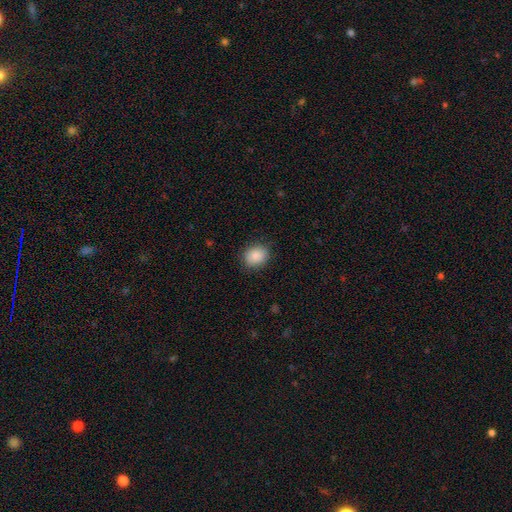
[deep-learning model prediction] A smooth galaxy with no disk features (86%) that is round (59%). Merging: none (86%).